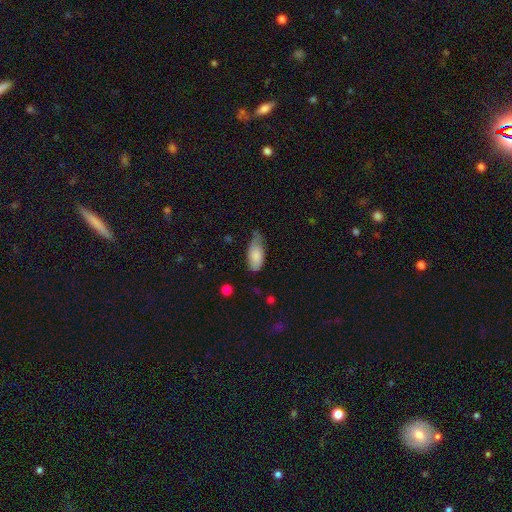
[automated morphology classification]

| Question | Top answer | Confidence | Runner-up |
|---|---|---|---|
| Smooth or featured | smooth | 80% | featured or disk (14%) |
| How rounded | in between | 89% | cigar-shaped (9%) |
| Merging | minor disturbance | 43% | none (42%) |